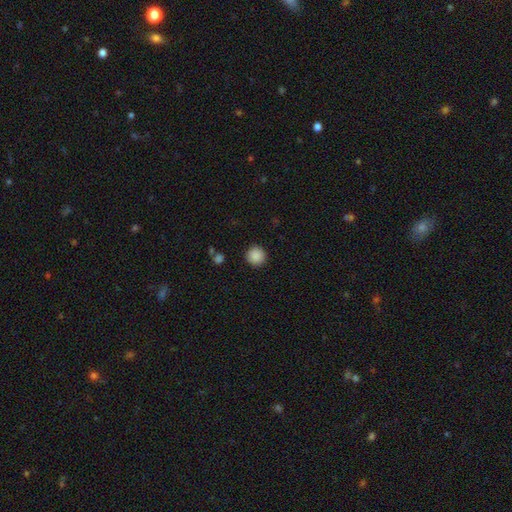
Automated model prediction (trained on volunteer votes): Morphology: type=smooth (89%); roundness=round (95%); merging=none (91%).